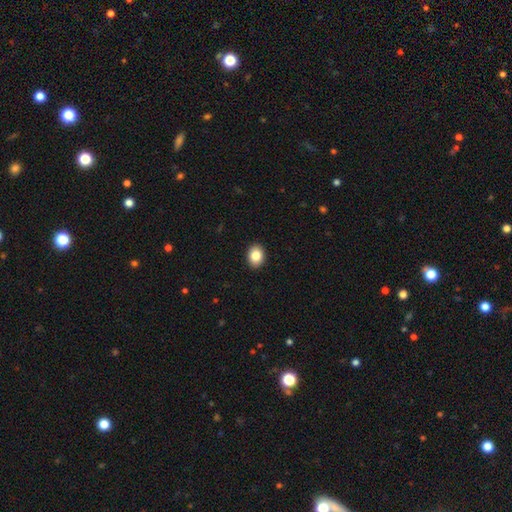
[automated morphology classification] Smooth or featured?
  - smooth: 85% *
  - star or artifact: 9%
  - featured or disk: 7%
How rounded?
  - in between: 63% *
  - round: 36%
  - cigar-shaped: 1%
Merging?
  - none: 91% *
  - minor disturbance: 6%
  - major disturbance: 2%
  - merger: 1%